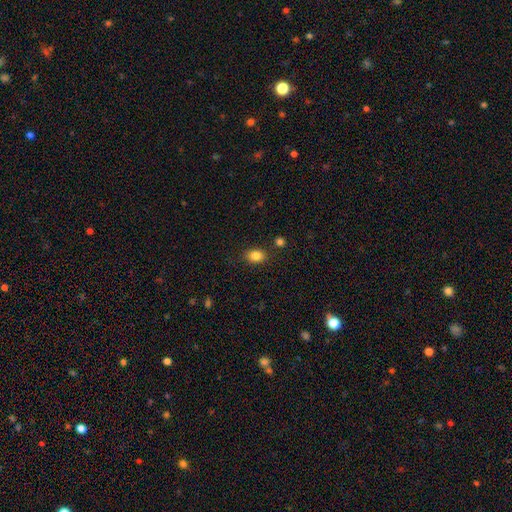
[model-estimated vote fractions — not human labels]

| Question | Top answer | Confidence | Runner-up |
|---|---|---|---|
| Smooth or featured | smooth | 84% | star or artifact (10%) |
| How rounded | in between | 72% | round (26%) |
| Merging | none | 83% | minor disturbance (10%) |